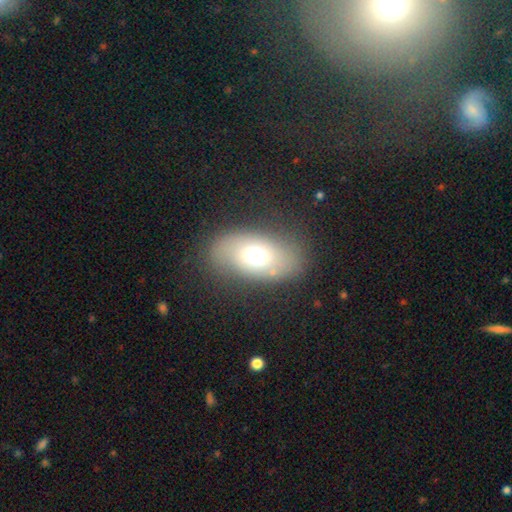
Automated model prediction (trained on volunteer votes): smooth_or_featured: smooth (p=0.60) [alt: featured or disk p=0.29]
how_rounded: in between (p=0.88) [alt: round p=0.09]
merging: none (p=0.75) [alt: minor disturbance p=0.16]